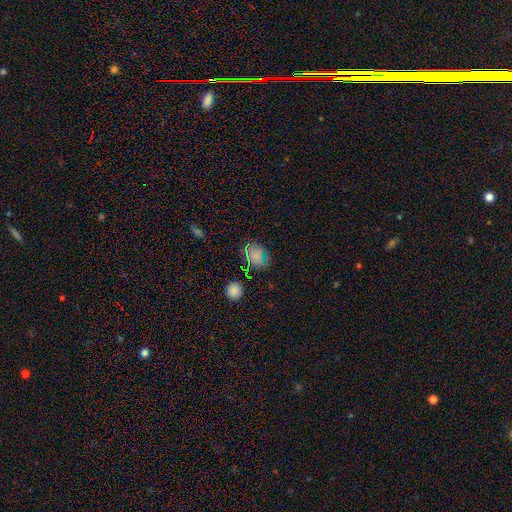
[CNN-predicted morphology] A smooth galaxy with no disk features (68%) that is round (50%).

Vote fractions:
- Smooth or featured? smooth: 68% / star or artifact: 23% / featured or disk: 9%
- How rounded? round: 50% / in between: 49% / cigar-shaped: 2%
- Merging? none: 80% / minor disturbance: 14% / major disturbance: 4% / merger: 2%